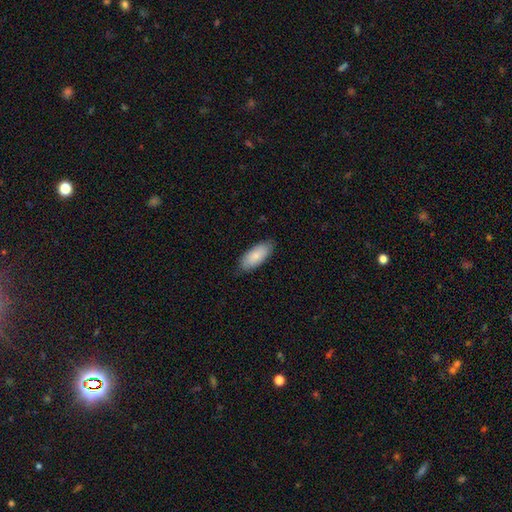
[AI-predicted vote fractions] smooth_or_featured: smooth (p=0.84) [alt: featured or disk p=0.10]
how_rounded: in between (p=0.87) [alt: cigar-shaped p=0.11]
merging: none (p=0.82) [alt: minor disturbance p=0.14]